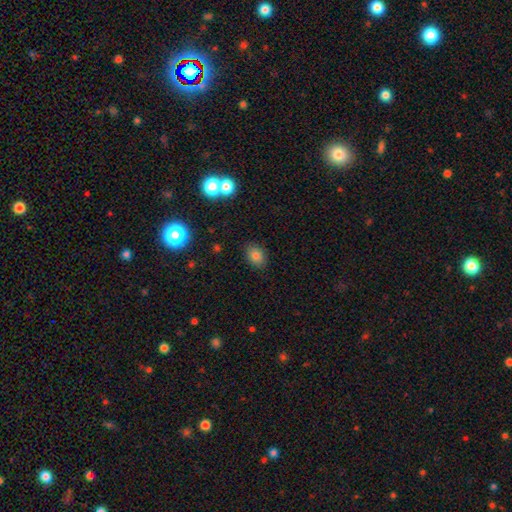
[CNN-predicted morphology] Overall: smooth (80%). How rounded: in between (72%). Merging: none (84%).